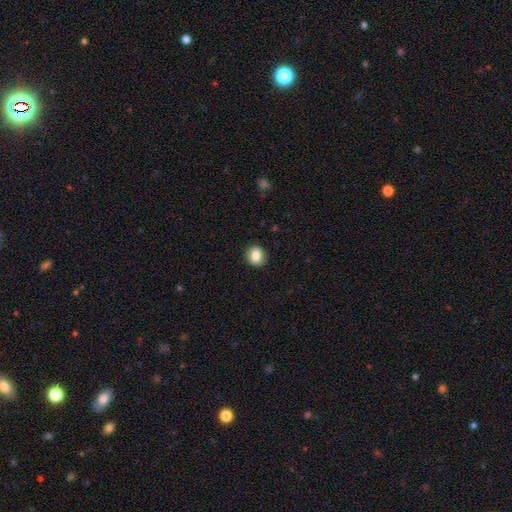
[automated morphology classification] Overall: smooth (80%). How rounded: round (65%; in between 34%). Merging: none (88%).